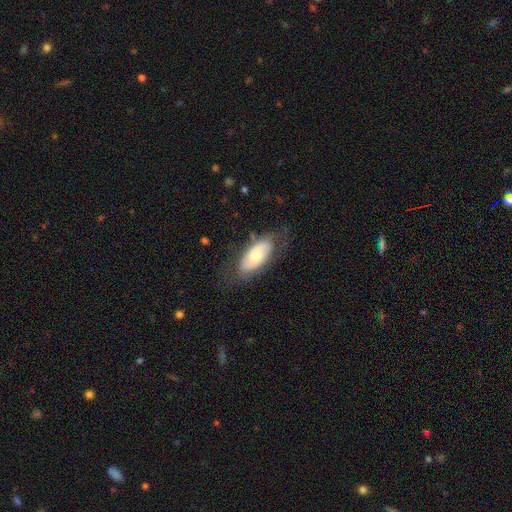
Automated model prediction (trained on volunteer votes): This appears to be a smooth galaxy with no disk features (54%) that is in between round and cigar-shaped (89%). Merging: none (70%).